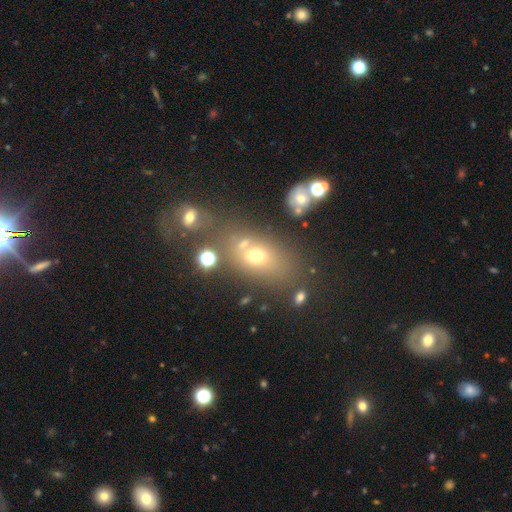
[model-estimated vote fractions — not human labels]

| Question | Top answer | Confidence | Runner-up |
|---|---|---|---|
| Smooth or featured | smooth | 60% | featured or disk (20%) |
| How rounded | in between | 67% | round (29%) |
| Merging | none | 52% | merger (24%) |